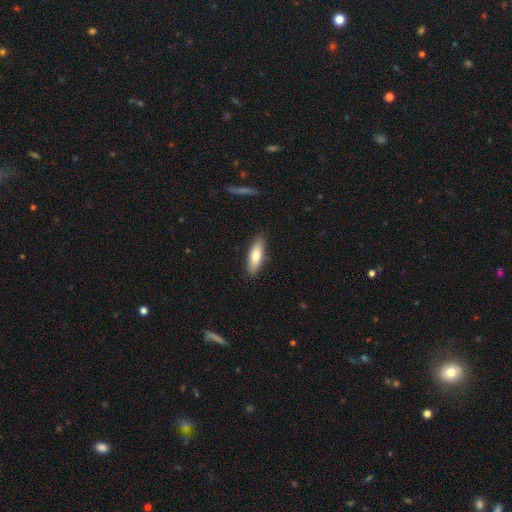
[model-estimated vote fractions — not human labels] This is likely a smooth galaxy (77%). How rounded: possibly in between (51%). Merging: clearly none (87%).